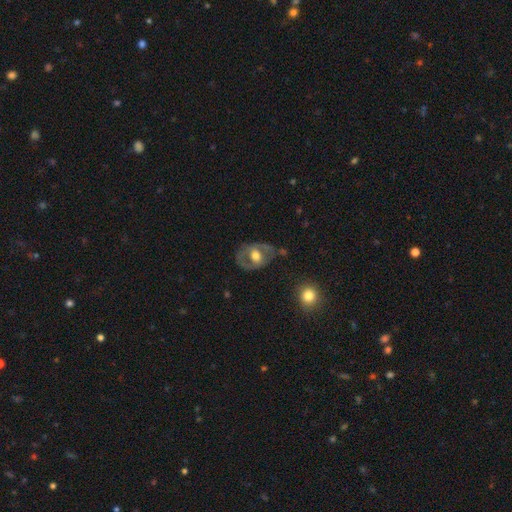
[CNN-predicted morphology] A featured or disk galaxy (57%) with no bar (66%), no spiral arms (70%) and a moderate central bulge (66%).

Vote fractions:
- Smooth or featured? featured or disk: 57% / smooth: 36% / star or artifact: 7%
- Edge-on disk? no: 93% / yes: 7%
- Bar? no: 66% / weak: 24% / strong: 9%
- Spiral arms? no: 70% / yes: 30%
- Bulge size? moderate: 66% / large: 25% / small: 7% / dominant: 1% / none: 1%
- Merging? none: 60% / minor disturbance: 24% / major disturbance: 12% / merger: 3%